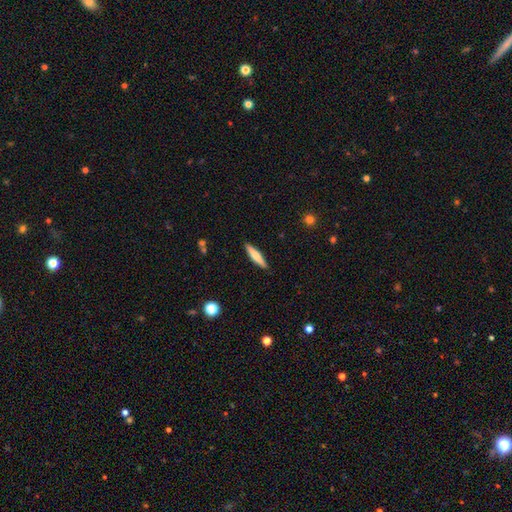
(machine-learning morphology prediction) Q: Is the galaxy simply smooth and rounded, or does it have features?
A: smooth — 59%.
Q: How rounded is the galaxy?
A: cigar-shaped — 86%.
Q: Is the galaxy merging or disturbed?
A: none — 90%.